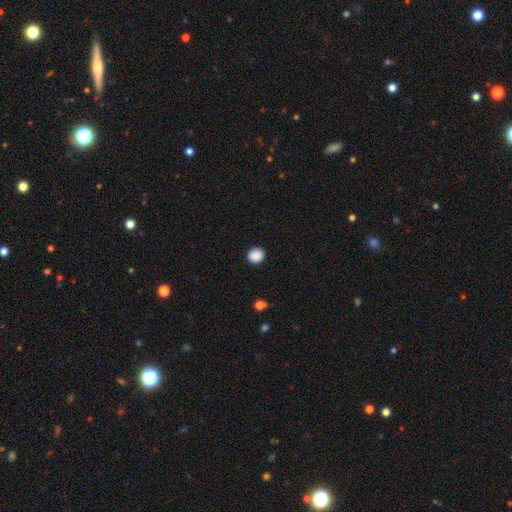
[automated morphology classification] smooth-or-featured: smooth: 89% | star or artifact: 9% | featured or disk: 2%
  how-rounded: round: 85% | in between: 14% | cigar-shaped: 1%
  merging: none: 92% | minor disturbance: 5% | major disturbance: 2% | merger: 1%